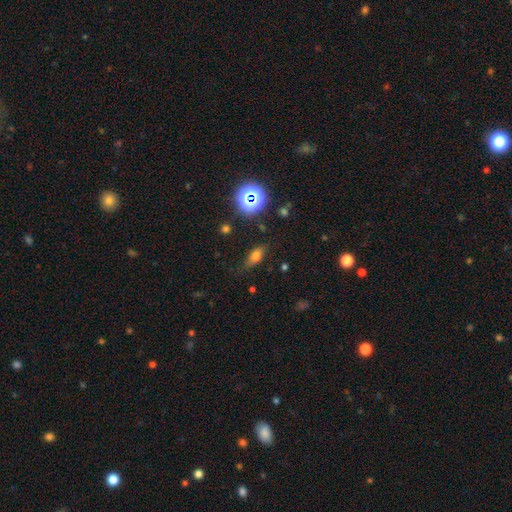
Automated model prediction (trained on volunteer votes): smooth 62%, featured or disk 20%, star or artifact 18%. Down the decision tree: how rounded — in between (70%); merging — none (75%).